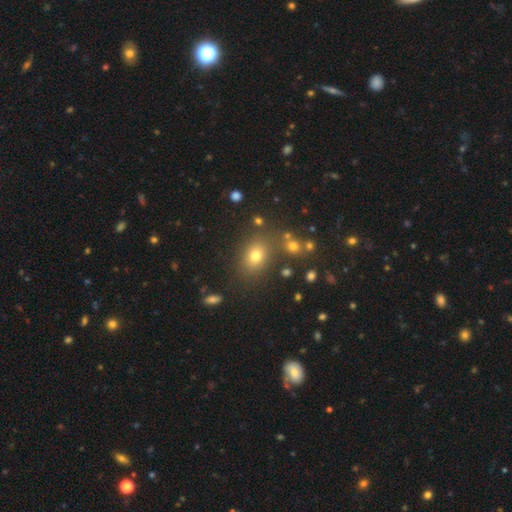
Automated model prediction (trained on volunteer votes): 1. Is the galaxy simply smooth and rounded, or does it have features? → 71% smooth, 19% star or artifact, 11% featured or disk.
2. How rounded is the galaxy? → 56% in between, 43% round, 1% cigar-shaped.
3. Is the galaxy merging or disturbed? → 79% none, 10% minor disturbance, 6% merger, 4% major disturbance.